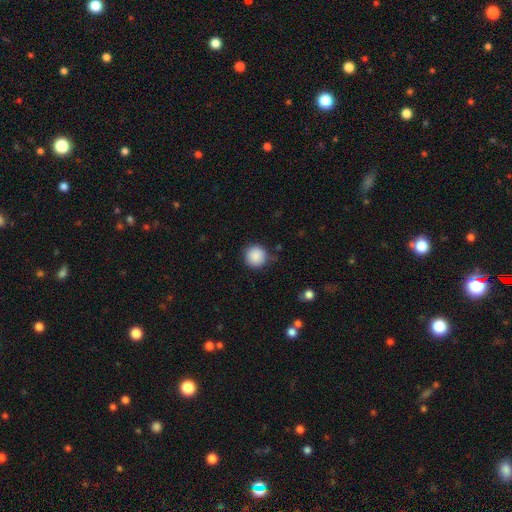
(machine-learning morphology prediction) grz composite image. It shows a smooth galaxy with no disk features (88%) that is round (95%). Merging: none (82%).